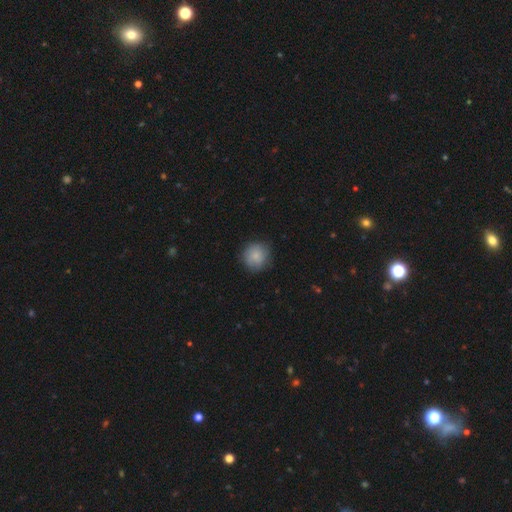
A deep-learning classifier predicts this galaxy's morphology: smooth_or_featured: smooth (p=0.83) [alt: featured or disk p=0.10]
how_rounded: round (p=0.91) [alt: in between p=0.08]
merging: none (p=0.82) [alt: minor disturbance p=0.13]